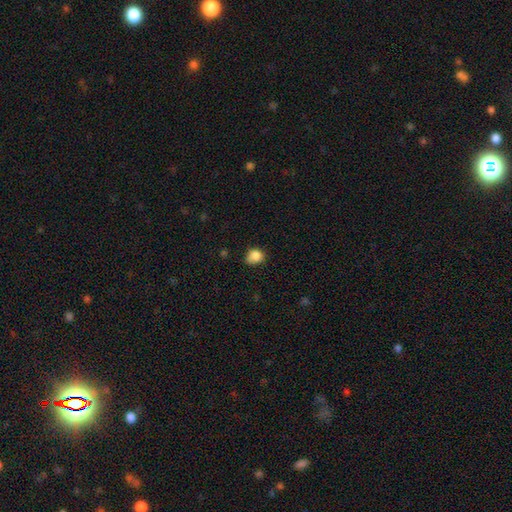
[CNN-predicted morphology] Smooth or featured: smooth — 85% (star or artifact — 10%)
How rounded: round — 66% (in between — 33%)
Merging: none — 58% (minor disturbance — 33%)